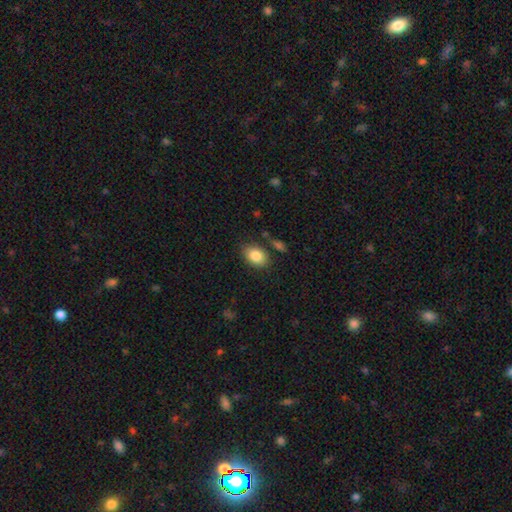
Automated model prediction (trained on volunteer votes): Q: Smooth or featured?
A: smooth (85%); runner-up: star or artifact (8%)
Q: How rounded?
A: in between (80%); runner-up: round (19%)
Q: Merging?
A: none (79%); runner-up: minor disturbance (13%)